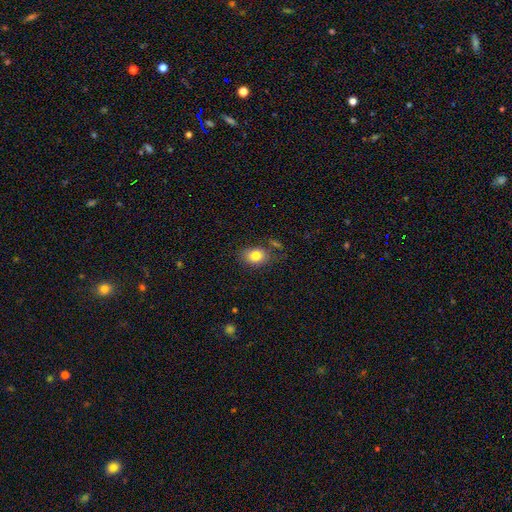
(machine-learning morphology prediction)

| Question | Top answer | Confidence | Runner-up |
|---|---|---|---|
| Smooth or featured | smooth | 81% | featured or disk (10%) |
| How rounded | in between | 72% | round (26%) |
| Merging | none | 70% | minor disturbance (17%) |